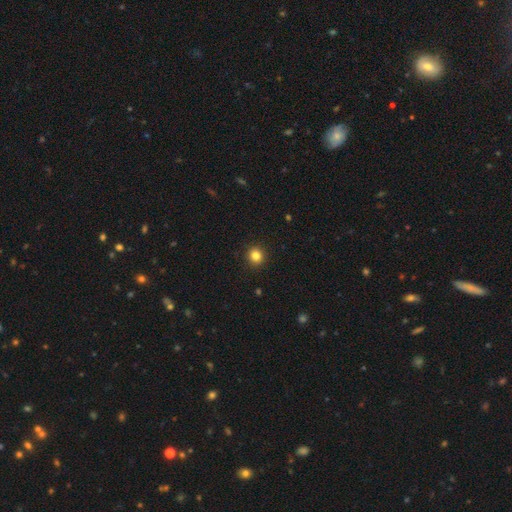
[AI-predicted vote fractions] smooth_or_featured: smooth (p=0.83) [alt: star or artifact p=0.12]
how_rounded: round (p=0.91) [alt: in between p=0.08]
merging: none (p=0.92) [alt: minor disturbance p=0.05]